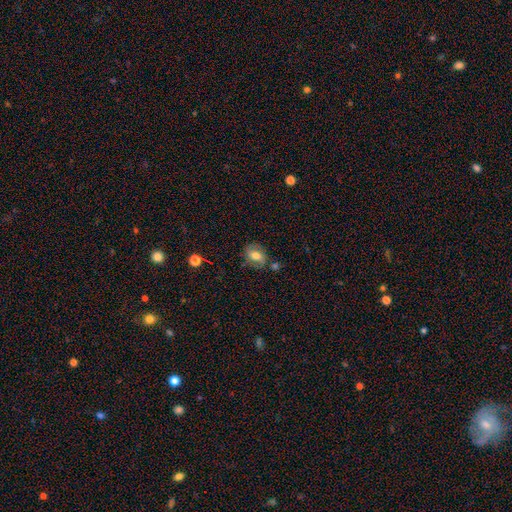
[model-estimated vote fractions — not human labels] Smooth or featured? Predicted: smooth (p=0.64). How rounded? Predicted: in between (p=0.65). Merging? Predicted: none (p=0.69).